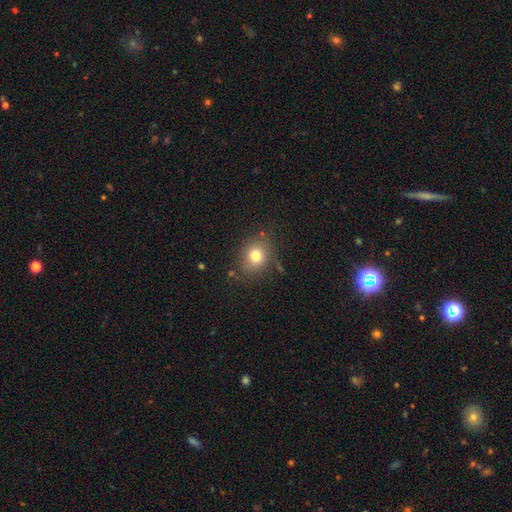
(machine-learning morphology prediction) Q: Smooth or featured?
A: smooth (76%); runner-up: star or artifact (13%)
Q: How rounded?
A: round (65%); runner-up: in between (34%)
Q: Merging?
A: none (78%); runner-up: minor disturbance (14%)